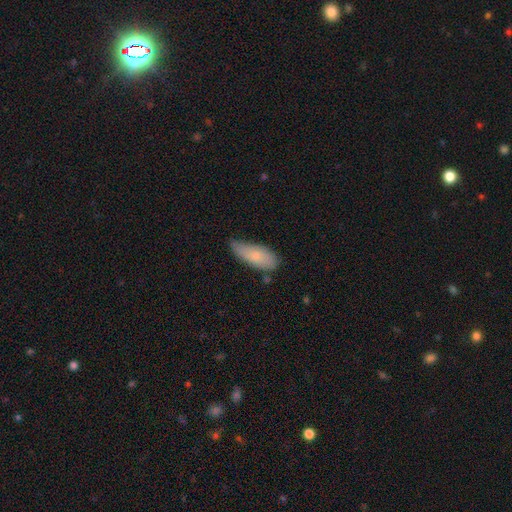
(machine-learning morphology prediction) A smooth galaxy with no disk features (77%) that is in between round and cigar-shaped (76%). Merging: none (55%).